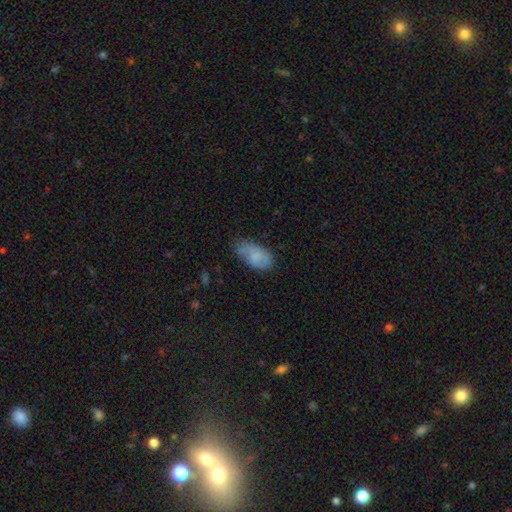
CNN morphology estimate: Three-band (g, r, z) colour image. It shows a smooth galaxy with no disk features (68%) that is in between round and cigar-shaped (93%). Merging: none (57%).